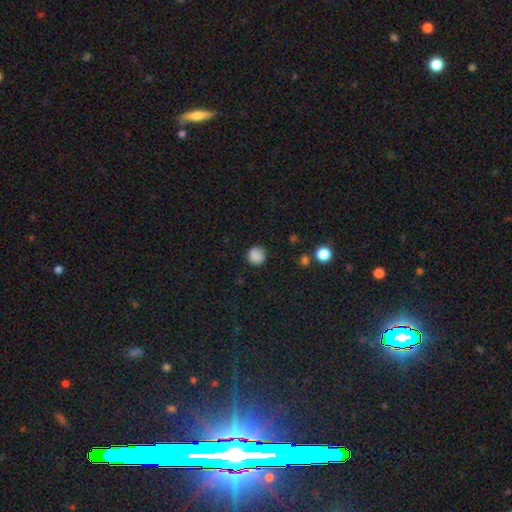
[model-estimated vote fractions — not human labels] smooth_or_featured: smooth (p=0.85) [alt: star or artifact p=0.10]
how_rounded: round (p=0.92) [alt: in between p=0.07]
merging: none (p=0.85) [alt: minor disturbance p=0.11]